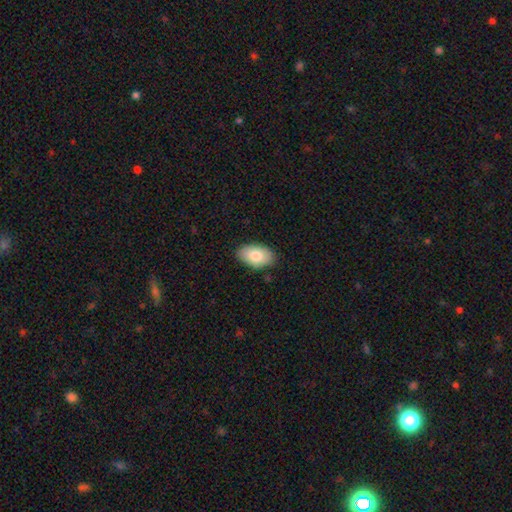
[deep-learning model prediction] Smooth or featured: smooth — 80% (featured or disk — 13%)
How rounded: in between — 94% (round — 5%)
Merging: none — 86% (minor disturbance — 11%)